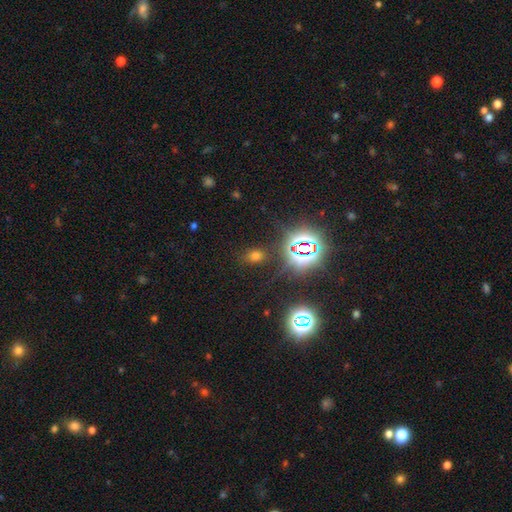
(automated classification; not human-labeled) A smooth galaxy with no disk features (50%) that is in between round and cigar-shaped (62%).

Vote fractions:
- Smooth or featured? smooth: 50% / star or artifact: 43% / featured or disk: 7%
- How rounded? in between: 62% / round: 35% / cigar-shaped: 3%
- Merging? none: 80% / minor disturbance: 11% / major disturbance: 5% / merger: 4%